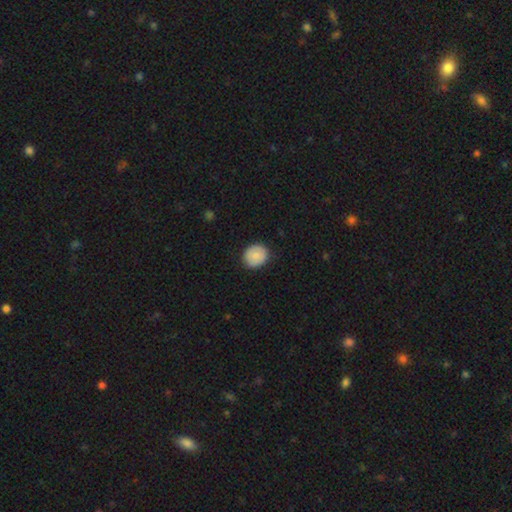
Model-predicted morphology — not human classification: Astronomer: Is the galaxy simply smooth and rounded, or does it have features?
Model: smooth — 76%.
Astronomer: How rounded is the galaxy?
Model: round — 73%.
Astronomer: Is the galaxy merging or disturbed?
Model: none — 85%.